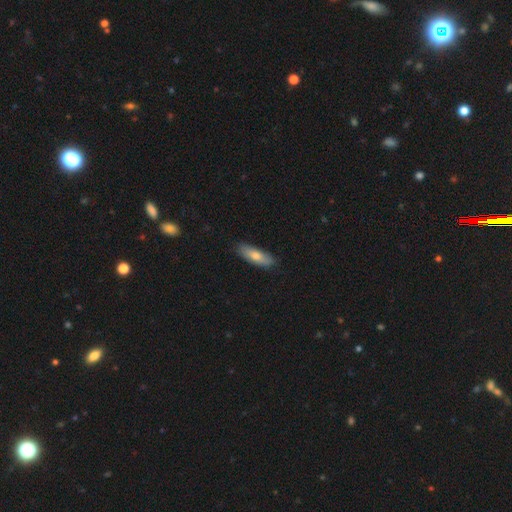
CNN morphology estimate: smooth 71%, featured or disk 23%, star or artifact 6%. Down the decision tree: how rounded — in between (57%); merging — none (83%).